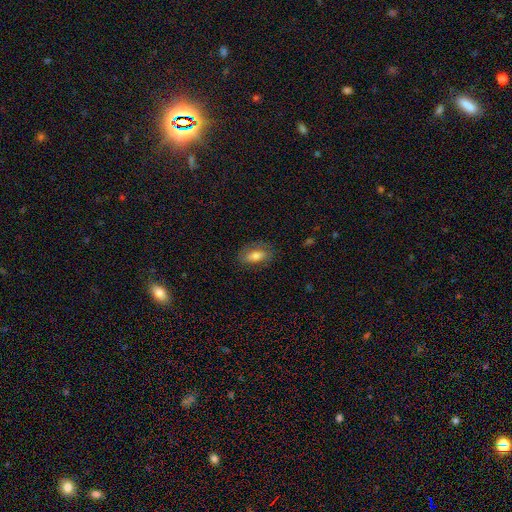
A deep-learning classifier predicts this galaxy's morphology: A smooth galaxy with no disk features (67%) that is in between round and cigar-shaped (85%). Merging: none (78%).